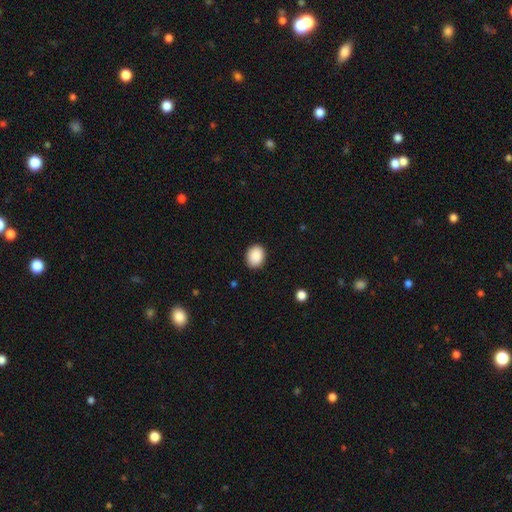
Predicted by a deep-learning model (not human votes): smooth 89%, star or artifact 8%, featured or disk 3%. Down the decision tree: how rounded — round (50%); merging — none (89%).